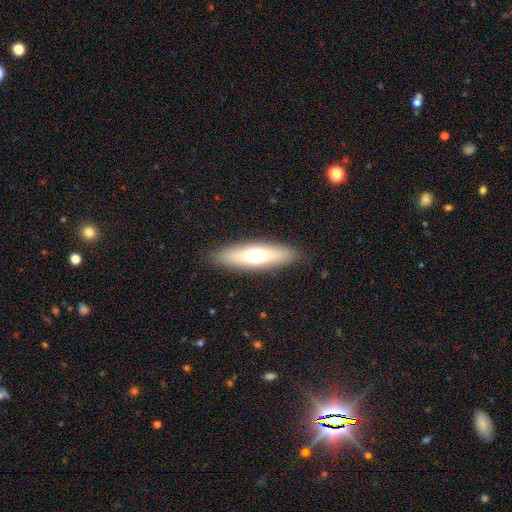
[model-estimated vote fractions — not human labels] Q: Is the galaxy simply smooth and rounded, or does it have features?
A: smooth — 61%.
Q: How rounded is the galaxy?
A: cigar-shaped — 66%.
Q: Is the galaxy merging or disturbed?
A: none — 88%.